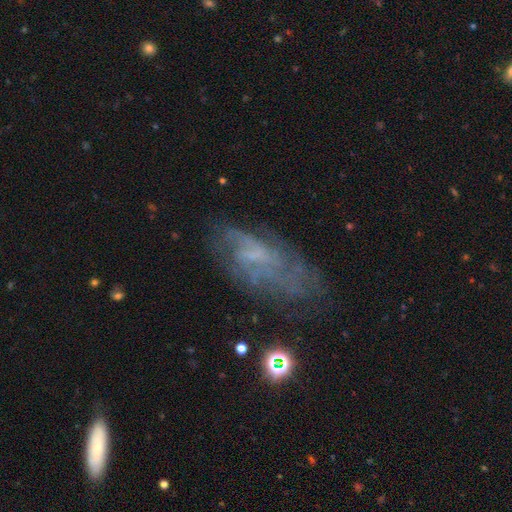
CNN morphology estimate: Smooth or featured?
  - featured or disk: 63% *
  - smooth: 24%
  - star or artifact: 14%
Edge-on disk?
  - no: 91% *
  - yes: 9%
Bar?
  - no: 58% *
  - weak: 34%
  - strong: 8%
Spiral arms?
  - yes: 65% *
  - no: 35%
Bulge size?
  - none: 50% *
  - small: 32%
  - moderate: 15%
  - large: 2%
  - dominant: 1%
Merging?
  - none: 53% *
  - minor disturbance: 23%
  - major disturbance: 21%
  - merger: 3%